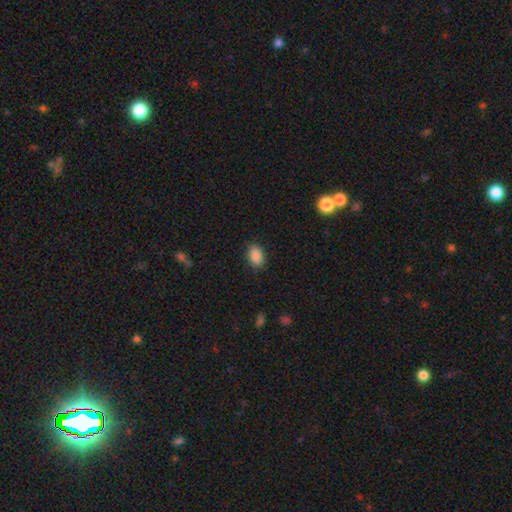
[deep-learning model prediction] Smooth or featured: smooth — 88% (star or artifact — 8%)
How rounded: in between — 88% (round — 10%)
Merging: none — 88% (minor disturbance — 8%)